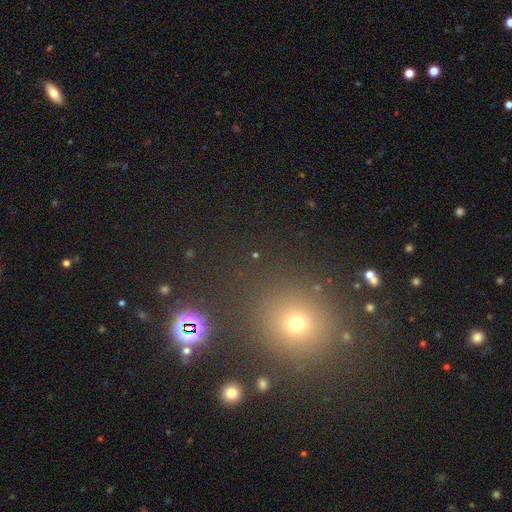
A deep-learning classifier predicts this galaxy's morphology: Overall: star or artifact (49%; smooth 42%).